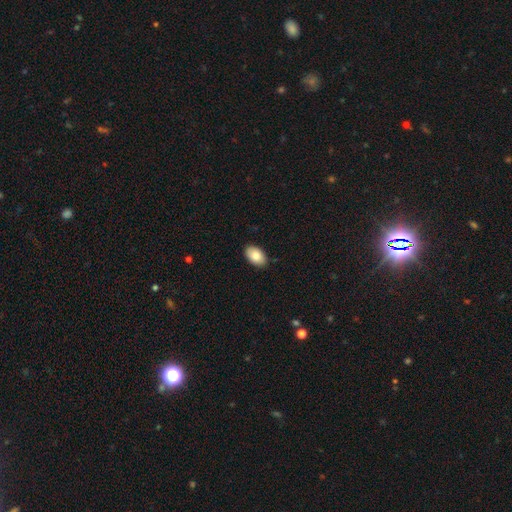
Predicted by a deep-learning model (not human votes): This appears to be a smooth galaxy with no disk features (86%) that is in between round and cigar-shaped (92%). Merging: none (88%).